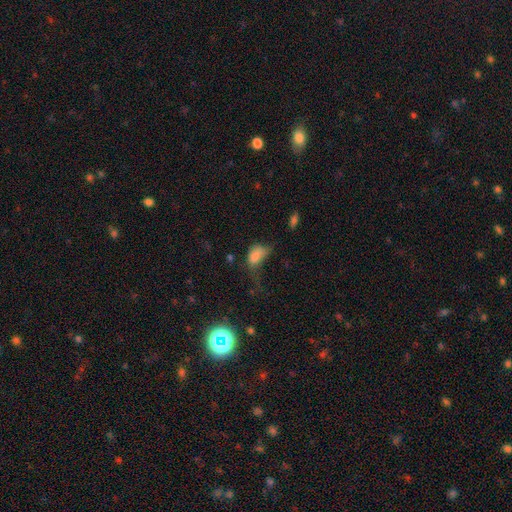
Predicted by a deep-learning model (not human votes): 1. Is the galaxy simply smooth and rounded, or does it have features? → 76% smooth, 12% star or artifact, 12% featured or disk.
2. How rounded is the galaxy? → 86% in between, 11% round, 2% cigar-shaped.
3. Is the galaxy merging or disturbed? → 49% major disturbance, 26% minor disturbance, 19% none, 5% merger.